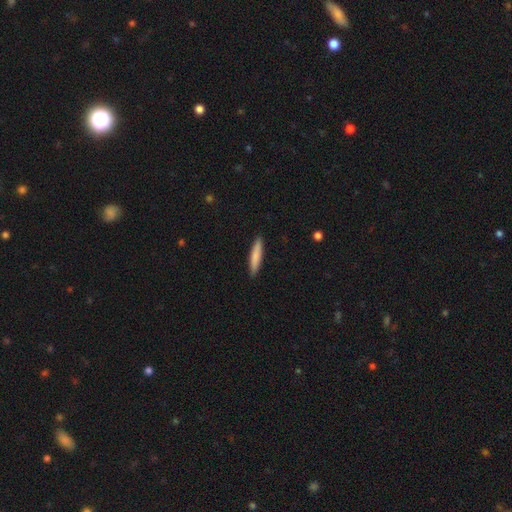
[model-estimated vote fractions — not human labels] Smooth or featured: smooth — 81% (featured or disk — 14%)
How rounded: cigar-shaped — 89% (in between — 9%)
Merging: none — 91% (minor disturbance — 7%)